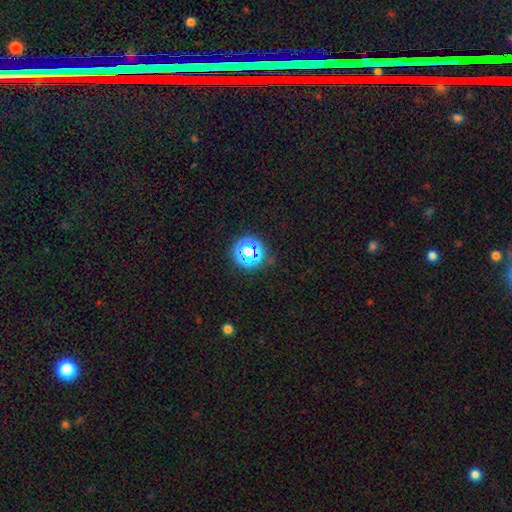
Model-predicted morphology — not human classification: Smooth or featured? Predicted: star or artifact (p=0.67).